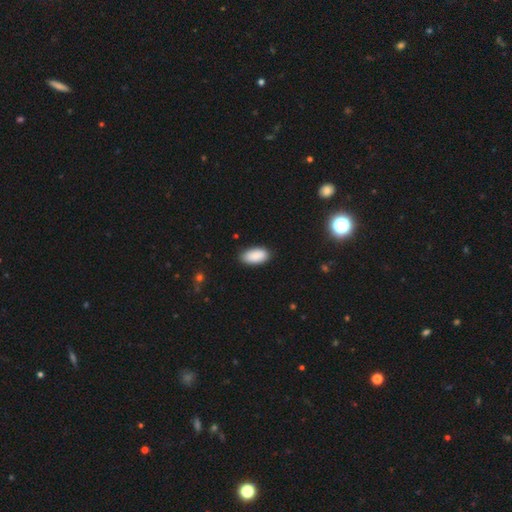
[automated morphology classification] A smooth galaxy with no disk features (90%) that is in between round and cigar-shaped (94%). Merging: none (87%).